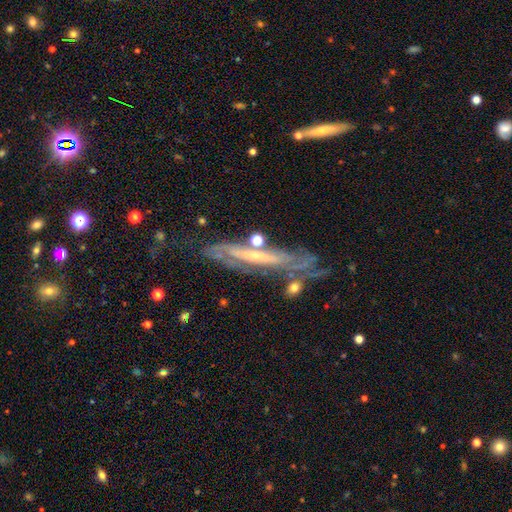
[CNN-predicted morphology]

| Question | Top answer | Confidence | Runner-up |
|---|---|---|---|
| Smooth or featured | featured or disk | 79% | smooth (14%) |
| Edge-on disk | yes | 51% | no (49%) |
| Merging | none | 57% | minor disturbance (23%) |